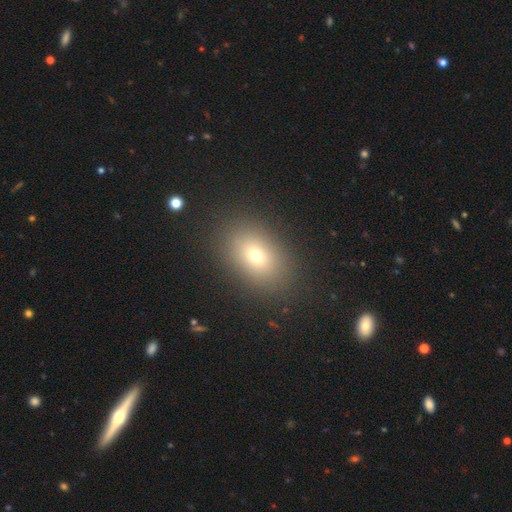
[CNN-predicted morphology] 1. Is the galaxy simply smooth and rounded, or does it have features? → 70% smooth, 16% star or artifact, 14% featured or disk.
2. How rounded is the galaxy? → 73% in between, 26% round, 2% cigar-shaped.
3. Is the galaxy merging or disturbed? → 87% none, 8% minor disturbance, 4% major disturbance, 1% merger.